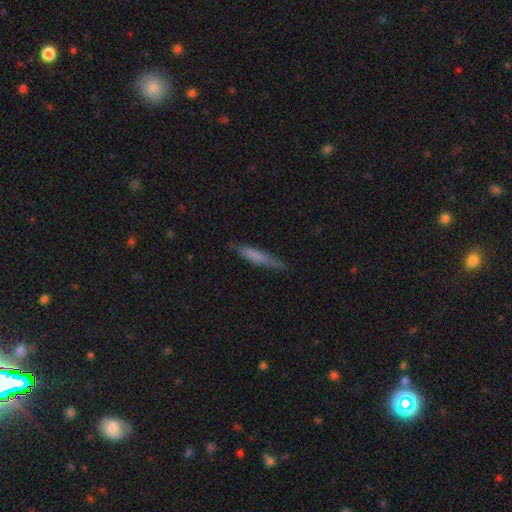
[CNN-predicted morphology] smooth-or-featured: smooth: 66% | featured or disk: 27% | star or artifact: 7%
  how-rounded: cigar-shaped: 92% | in between: 7% | round: 1%
  merging: none: 77% | minor disturbance: 17% | major disturbance: 3% | merger: 2%